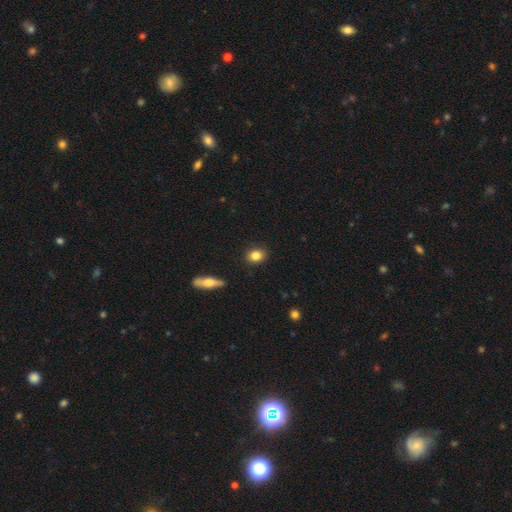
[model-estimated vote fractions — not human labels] This appears to be a smooth galaxy with no disk features (85%) that is round (55%). Merging: none (89%).